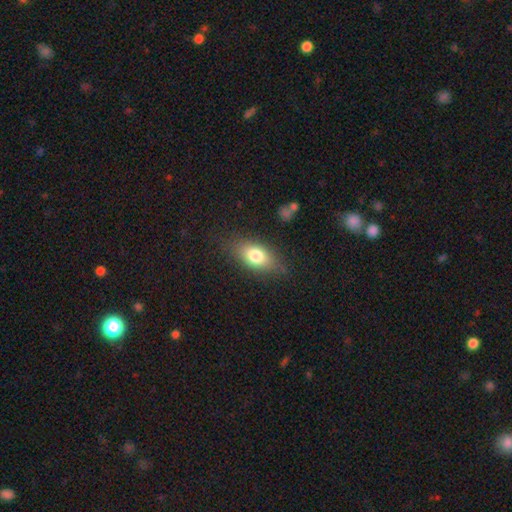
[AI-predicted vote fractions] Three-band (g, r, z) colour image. It shows a smooth galaxy with no disk features (75%) that is in between round and cigar-shaped (82%). Merging: none (78%).